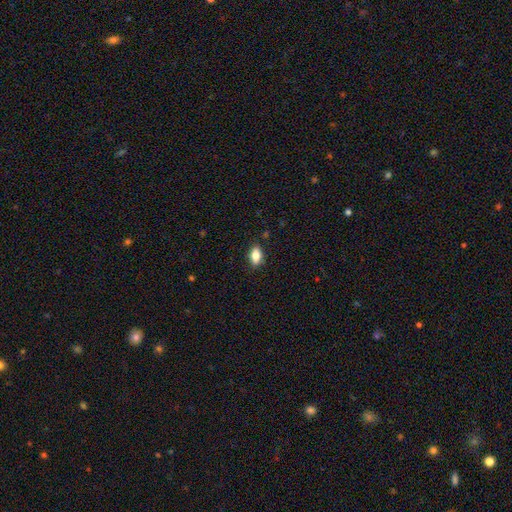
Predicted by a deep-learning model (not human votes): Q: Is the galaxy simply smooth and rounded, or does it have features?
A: smooth — 79%.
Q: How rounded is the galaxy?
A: in between — 87%.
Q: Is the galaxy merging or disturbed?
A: none — 85%.